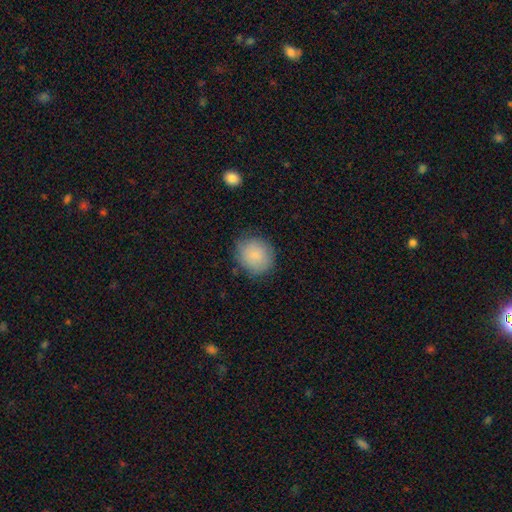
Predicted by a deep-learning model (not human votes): Morphology: type=smooth (83%); roundness=round (79%); merging=none (75%).